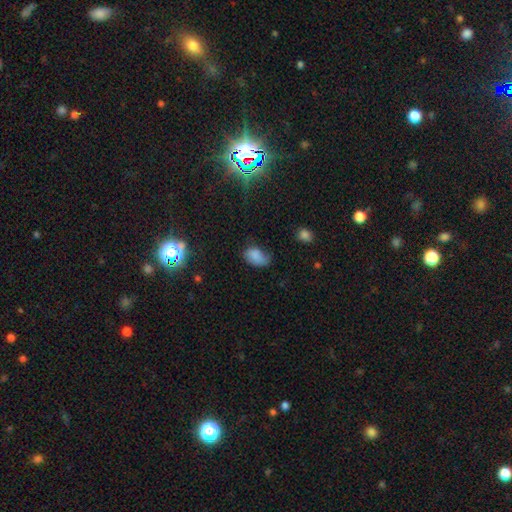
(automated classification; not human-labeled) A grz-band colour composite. It shows a smooth galaxy with no disk features (77%) that is in between round and cigar-shaped (87%). Merging: none (44%).